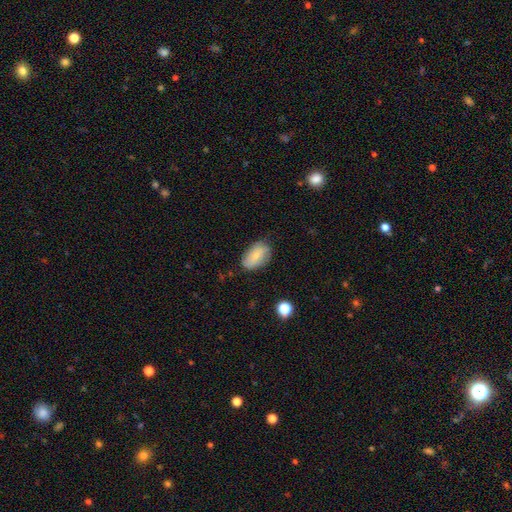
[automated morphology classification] Smooth or featured? smooth (71%)
How rounded? in between (89%)
Merging? none (72%)